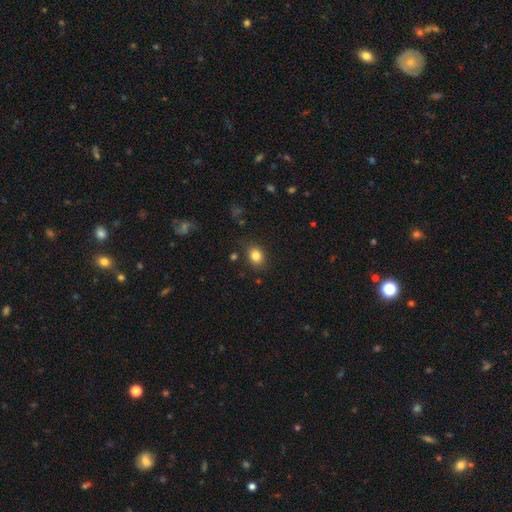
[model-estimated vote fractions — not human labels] Q: Smooth or featured?
A: smooth (84%); runner-up: star or artifact (10%)
Q: How rounded?
A: in between (51%); runner-up: round (48%)
Q: Merging?
A: none (81%); runner-up: minor disturbance (13%)